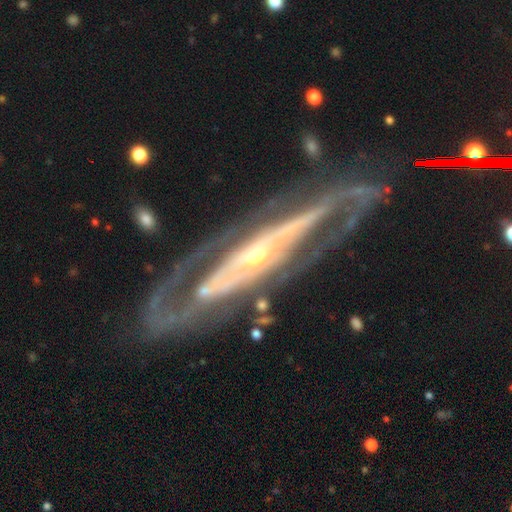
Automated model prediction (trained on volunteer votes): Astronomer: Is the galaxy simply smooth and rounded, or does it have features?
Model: featured or disk — 89%.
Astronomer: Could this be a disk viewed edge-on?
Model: no — 76%.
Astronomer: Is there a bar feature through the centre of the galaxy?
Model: no — 47% (runner-up: strong, 28%).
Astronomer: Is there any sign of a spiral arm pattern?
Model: yes — 87%.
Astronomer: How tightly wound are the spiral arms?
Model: tight — 48% (runner-up: medium, 36%).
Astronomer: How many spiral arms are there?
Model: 2 — 52%.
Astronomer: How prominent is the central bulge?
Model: small — 60%.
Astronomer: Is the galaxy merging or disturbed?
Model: none — 65%.